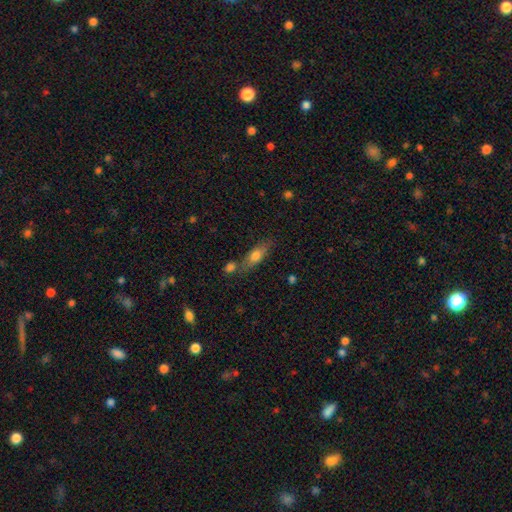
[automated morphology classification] This appears to be a smooth galaxy with no disk features (69%) that is in between round and cigar-shaped (58%). Merging: none (60%).